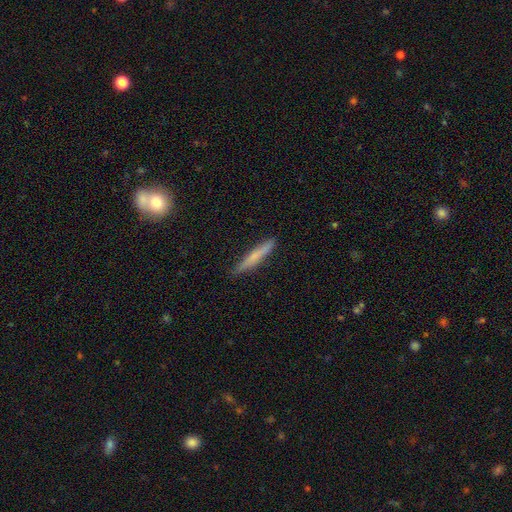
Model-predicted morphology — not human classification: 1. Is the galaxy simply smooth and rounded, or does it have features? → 62% smooth, 31% featured or disk, 6% star or artifact.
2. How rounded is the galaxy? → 95% cigar-shaped, 4% in between, 1% round.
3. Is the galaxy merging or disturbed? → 87% none, 10% minor disturbance, 2% major disturbance, 1% merger.